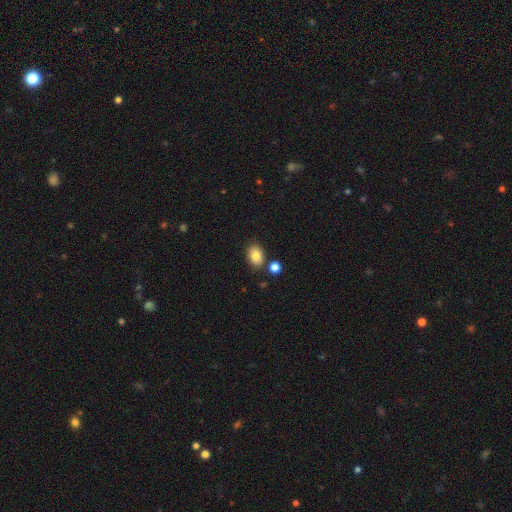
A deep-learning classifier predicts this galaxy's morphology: A smooth galaxy with no disk features (84%) that is in between round and cigar-shaped (79%). Merging: none (79%).